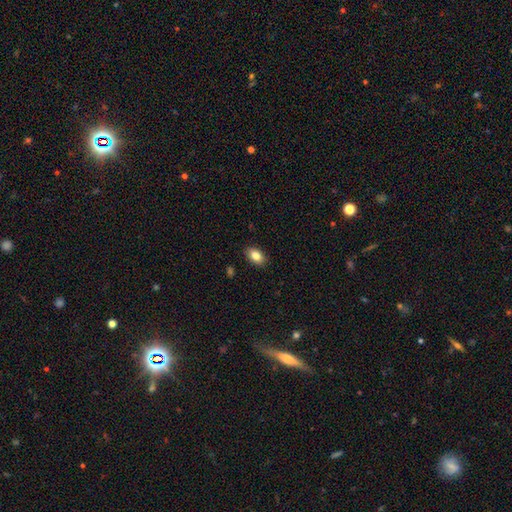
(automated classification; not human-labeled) Smooth or featured? Predicted: smooth (p=0.84). How rounded? Predicted: in between (p=0.89). Merging? Predicted: none (p=0.88).